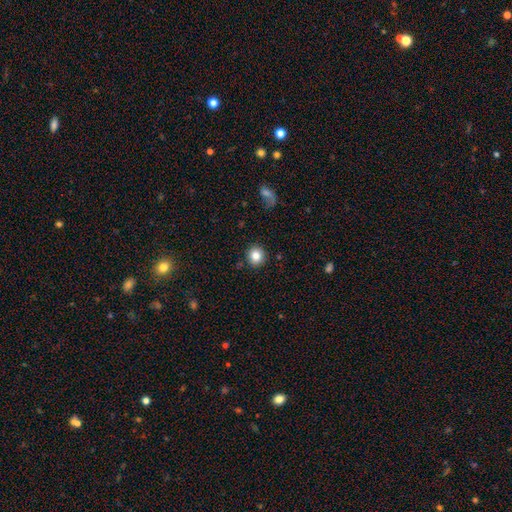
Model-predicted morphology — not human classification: The model was most divided on "smooth or featured": smooth: 82%, star or artifact: 10%, featured or disk: 8%. More confident: merging — none (90%); how rounded — round (89%).